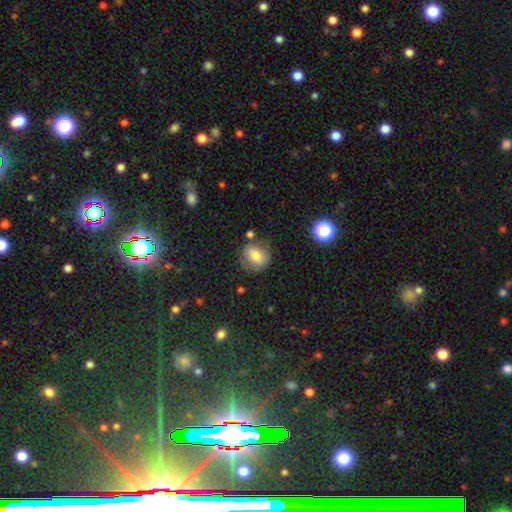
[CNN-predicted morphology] A smooth galaxy with no disk features (70%) that is round (71%). Merging: none (72%).